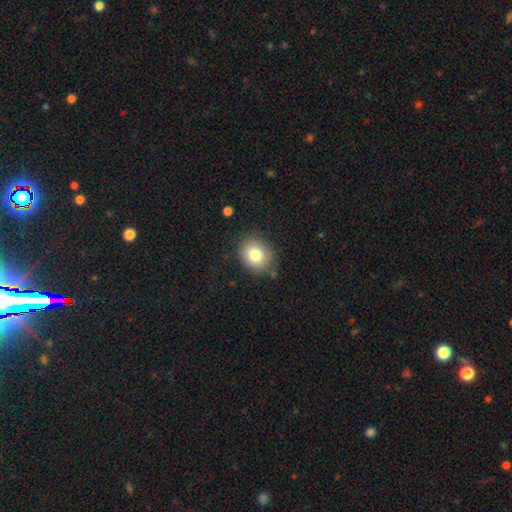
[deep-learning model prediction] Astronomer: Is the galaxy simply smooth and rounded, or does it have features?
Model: smooth — 80%.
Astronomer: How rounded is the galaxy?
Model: round — 59% (runner-up: in between, 40%).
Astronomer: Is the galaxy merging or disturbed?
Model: none — 81%.